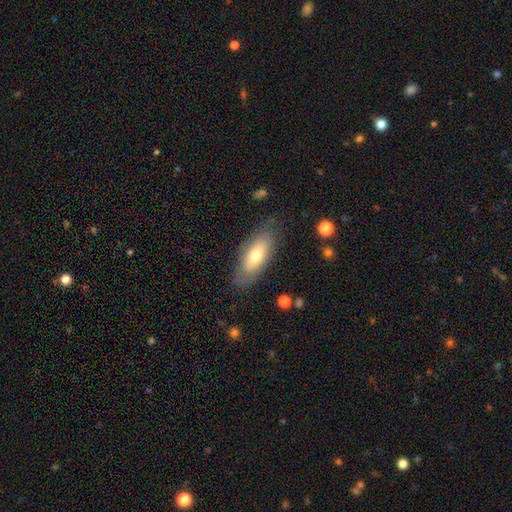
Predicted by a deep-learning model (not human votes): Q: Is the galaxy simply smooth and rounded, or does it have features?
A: smooth — 63%.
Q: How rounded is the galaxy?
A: in between — 77%.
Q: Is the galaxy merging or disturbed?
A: none — 78%.